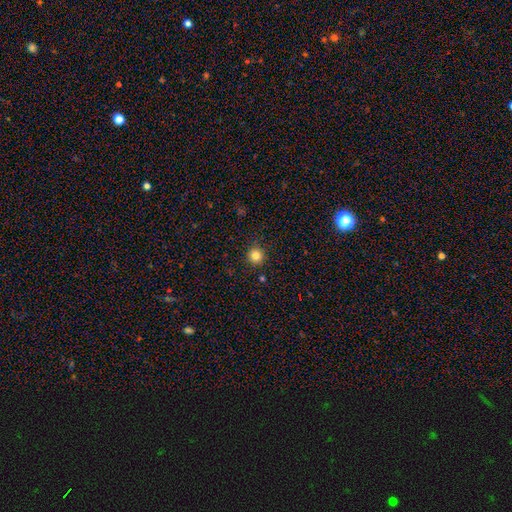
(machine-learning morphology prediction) smooth_or_featured: smooth (p=0.82) [alt: star or artifact p=0.13]
how_rounded: round (p=0.94) [alt: in between p=0.05]
merging: none (p=0.90) [alt: minor disturbance p=0.07]